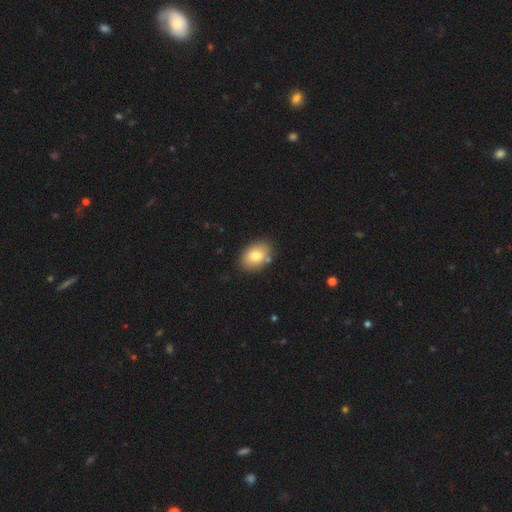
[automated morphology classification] A smooth galaxy with no disk features (80%) that is in between round and cigar-shaped (81%).

Vote fractions:
- Smooth or featured? smooth: 80% / featured or disk: 12% / star or artifact: 8%
- How rounded? in between: 81% / round: 18% / cigar-shaped: 1%
- Merging? none: 83% / minor disturbance: 11% / merger: 4% / major disturbance: 2%